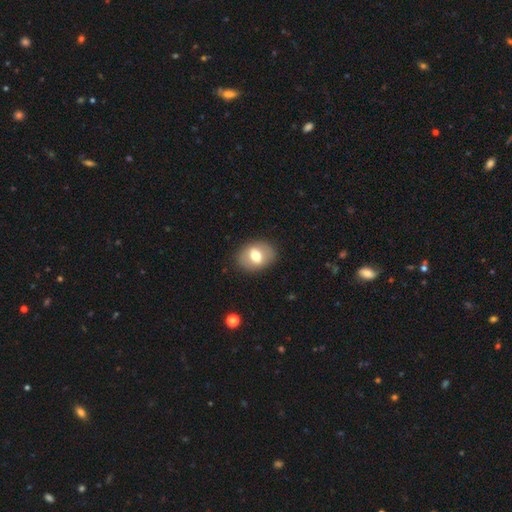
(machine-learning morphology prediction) Smooth or featured?
  - smooth: 64% *
  - featured or disk: 28%
  - star or artifact: 8%
How rounded?
  - in between: 67% *
  - round: 32%
  - cigar-shaped: 1%
Merging?
  - none: 85% *
  - minor disturbance: 10%
  - major disturbance: 3%
  - merger: 1%